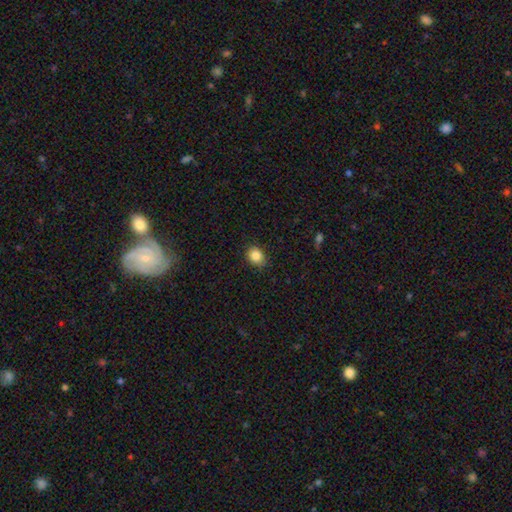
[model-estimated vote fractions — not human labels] smooth_or_featured: smooth (p=0.85) [alt: star or artifact p=0.10]
how_rounded: round (p=0.51) [alt: in between p=0.48]
merging: none (p=0.84) [alt: minor disturbance p=0.12]